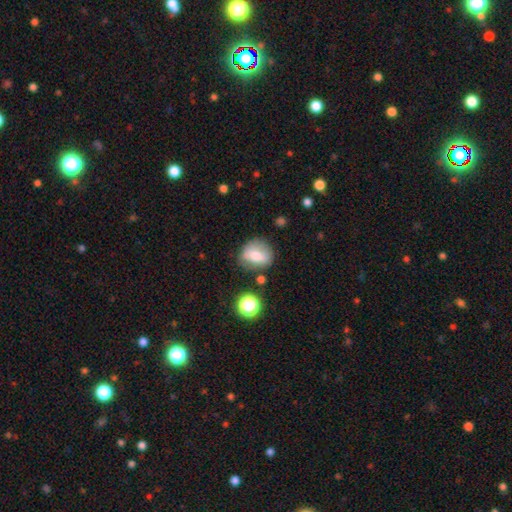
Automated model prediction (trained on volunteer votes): Smooth or featured? smooth (63%)
How rounded? round (69%)
Merging? none (66%)